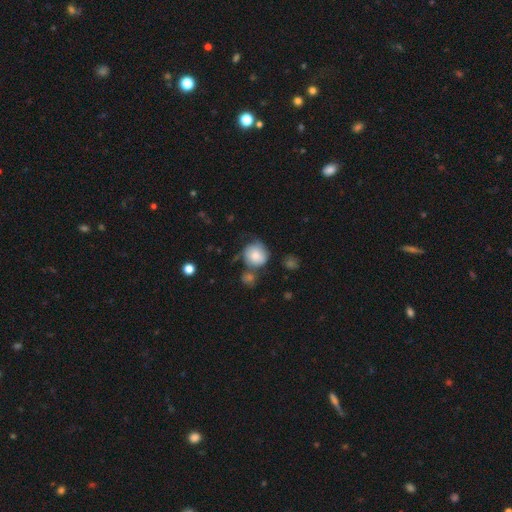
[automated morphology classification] Smooth or featured: smooth — 72% (featured or disk — 20%)
How rounded: round — 86% (in between — 13%)
Merging: none — 50% (minor disturbance — 26%)